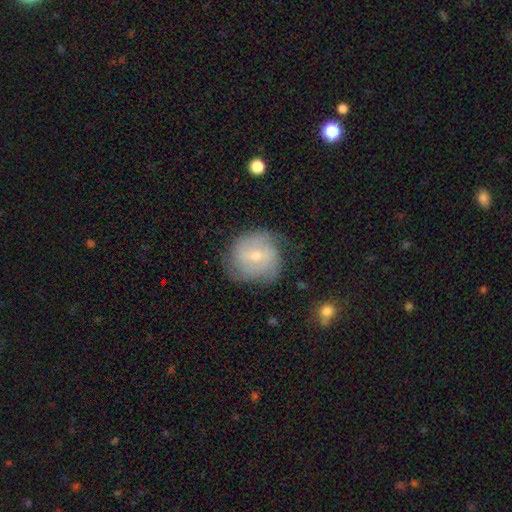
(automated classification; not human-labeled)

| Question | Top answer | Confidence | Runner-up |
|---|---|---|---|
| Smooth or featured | featured or disk | 59% | smooth (33%) |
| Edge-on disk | no | 97% | yes (3%) |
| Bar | weak | 47% | no (43%) |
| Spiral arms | yes | 84% | no (16%) |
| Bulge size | small | 54% | moderate (42%) |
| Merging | none | 70% | minor disturbance (21%) |